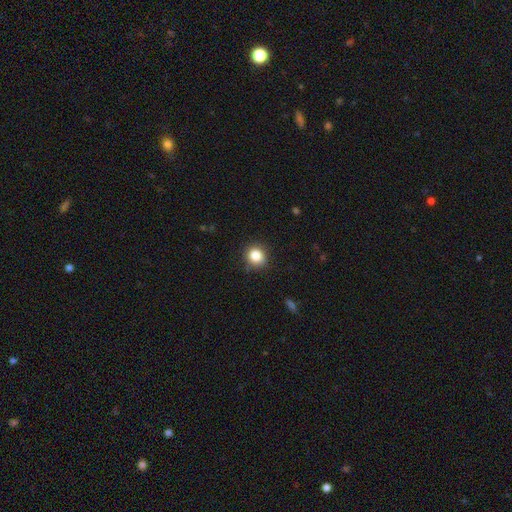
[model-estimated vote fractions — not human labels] This appears to be a smooth galaxy with no disk features (85%) that is round (85%). Merging: none (85%).